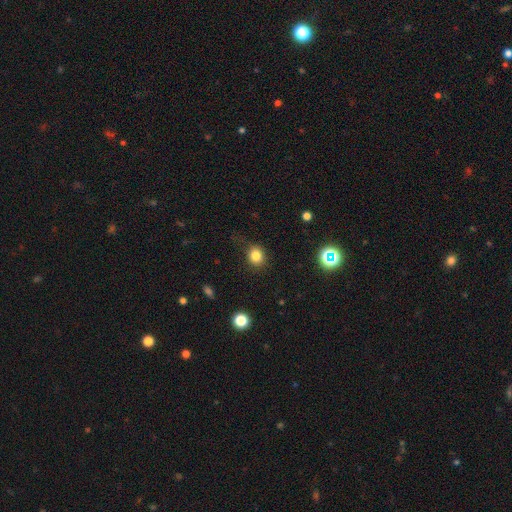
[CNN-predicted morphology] smooth-or-featured: smooth: 81% | star or artifact: 13% | featured or disk: 6%
  how-rounded: round: 73% | in between: 26% | cigar-shaped: 1%
  merging: none: 80% | minor disturbance: 14% | major disturbance: 5% | merger: 1%